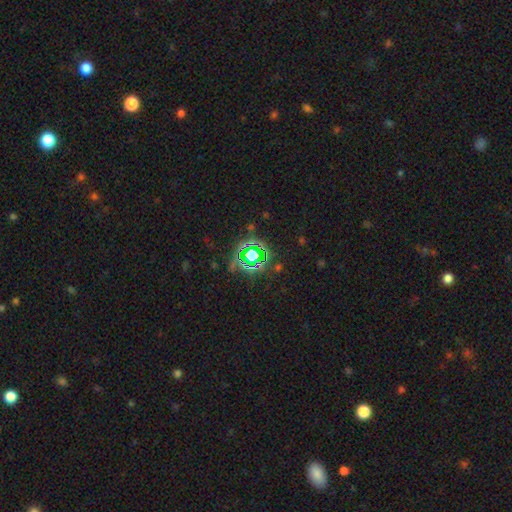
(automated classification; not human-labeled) The model was most divided on "smooth or featured": star or artifact: 71%, smooth: 17%, featured or disk: 12%.